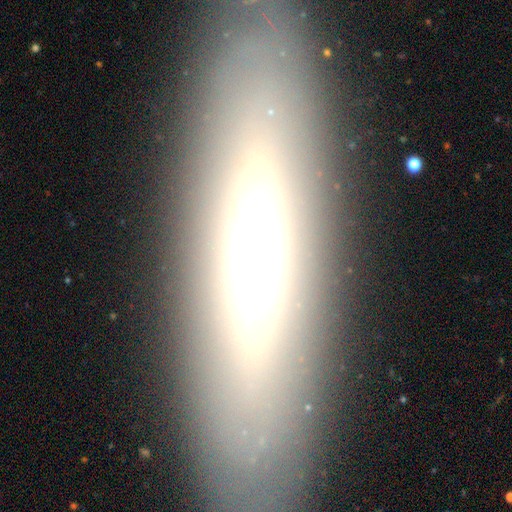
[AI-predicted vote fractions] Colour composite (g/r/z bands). It shows a featured or disk galaxy (60%) viewed edge-on (81%). Merging: none (84%).